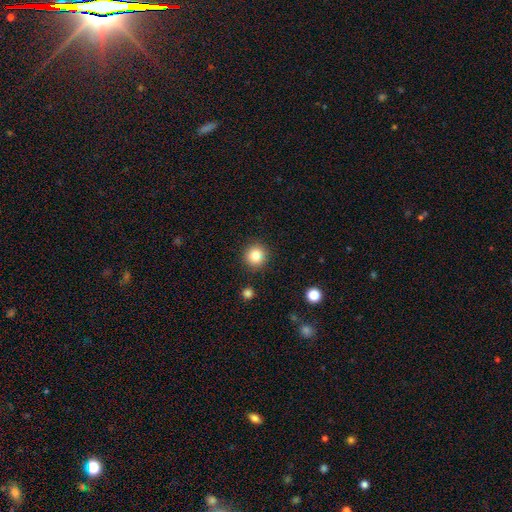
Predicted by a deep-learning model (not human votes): smooth 84%, star or artifact 11%, featured or disk 6%. Down the decision tree: how rounded — round (92%); merging — none (90%).